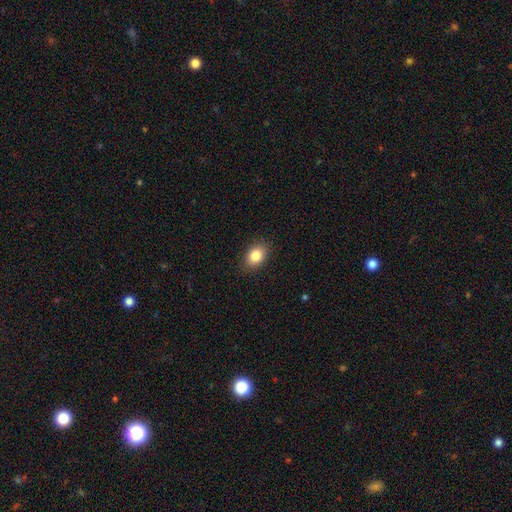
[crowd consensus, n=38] A smooth galaxy with no disk features (89%) that is in between round and cigar-shaped (74%).

Vote fractions:
- Smooth or featured? smooth: 89% / featured or disk: 8% / star or artifact: 3%
- How rounded? in between: 74% / round: 26% / cigar-shaped: 0%
- Merging? none: 84% / minor disturbance: 14% / major disturbance: 3% / merger: 0%